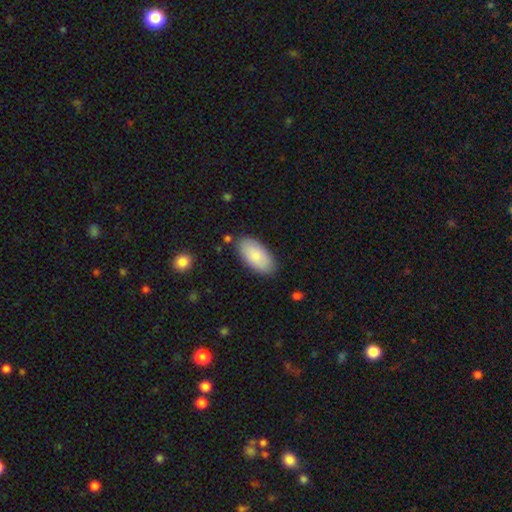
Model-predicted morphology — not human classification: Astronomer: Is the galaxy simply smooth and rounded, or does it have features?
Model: smooth — 85%.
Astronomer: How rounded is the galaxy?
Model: in between — 94%.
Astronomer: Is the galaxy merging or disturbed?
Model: none — 83%.